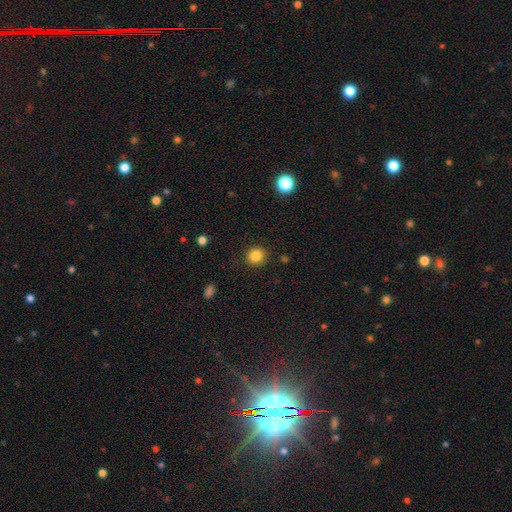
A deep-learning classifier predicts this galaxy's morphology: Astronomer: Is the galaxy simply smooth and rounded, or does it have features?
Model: smooth — 85%.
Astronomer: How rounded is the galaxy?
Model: round — 91%.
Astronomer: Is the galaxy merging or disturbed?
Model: none — 90%.